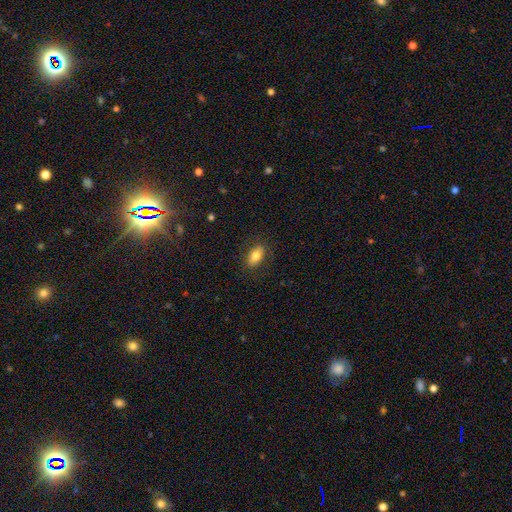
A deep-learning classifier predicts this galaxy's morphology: smooth 77%, featured or disk 15%, star or artifact 8%. Down the decision tree: how rounded — in between (90%); merging — none (84%).